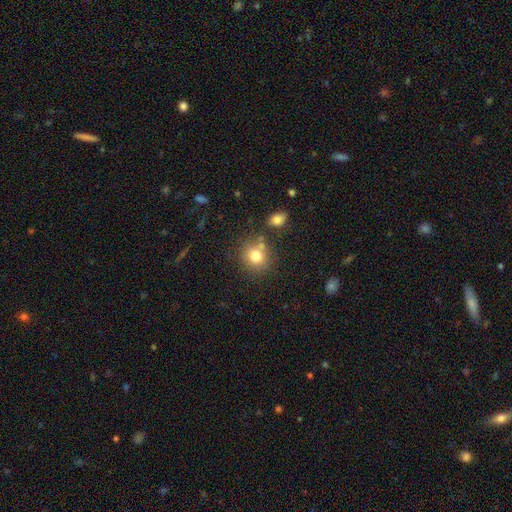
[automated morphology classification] smooth 78%, star or artifact 12%, featured or disk 10%. Down the decision tree: how rounded — round (82%); merging — none (71%).